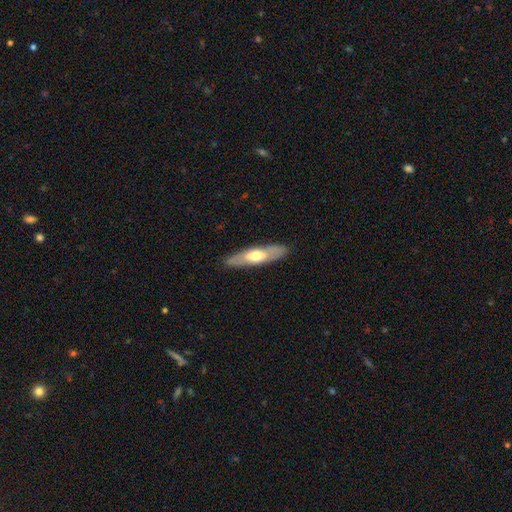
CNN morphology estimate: type=smooth (48%); merging=none (86%).